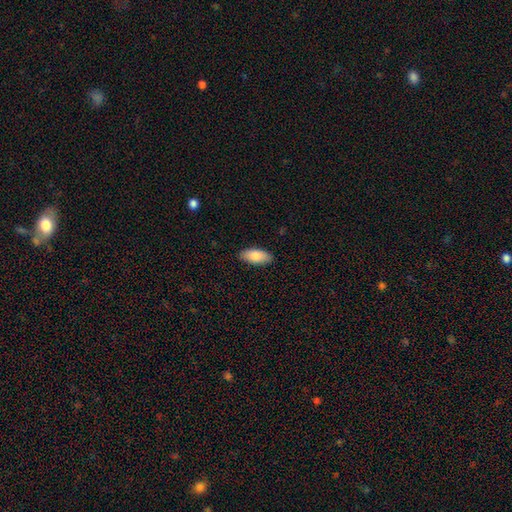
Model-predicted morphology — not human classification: type=smooth (85%); roundness=in between (88%); merging=none (88%).